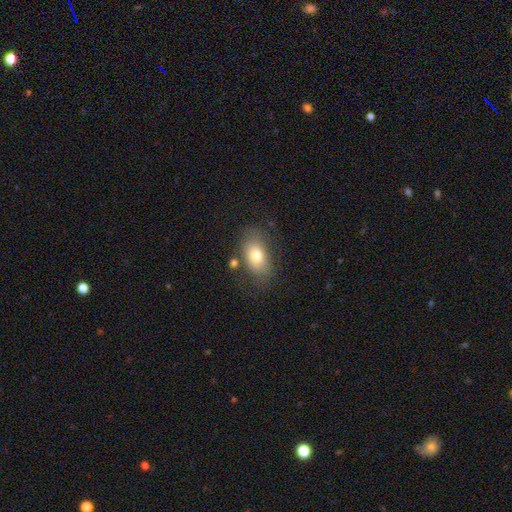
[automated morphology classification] Overall: smooth (75%). How rounded: in between (86%). Merging: none (69%).